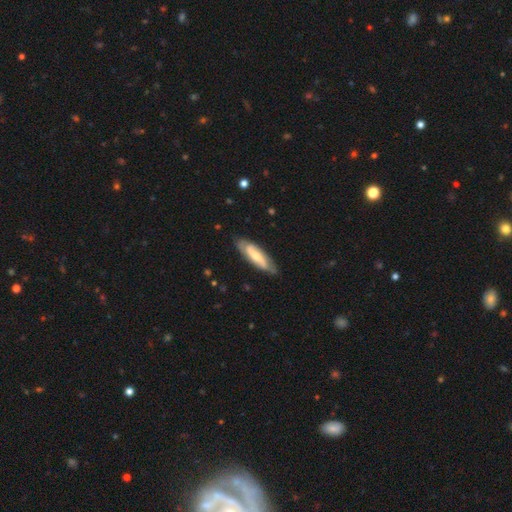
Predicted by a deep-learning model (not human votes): This is possibly a featured or disk galaxy (58%). It is likely not viewed edge-on (75%). Merging: likely none (78%).